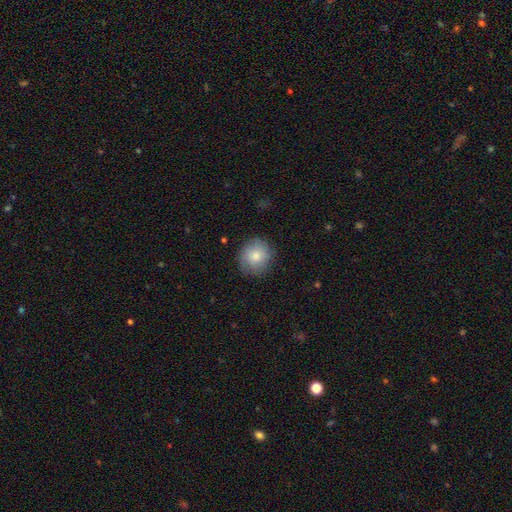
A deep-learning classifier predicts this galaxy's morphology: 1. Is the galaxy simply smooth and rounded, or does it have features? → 81% smooth, 11% featured or disk, 8% star or artifact.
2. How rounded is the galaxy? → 90% round, 9% in between, 1% cigar-shaped.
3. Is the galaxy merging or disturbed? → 82% none, 14% minor disturbance, 3% major disturbance, 1% merger.